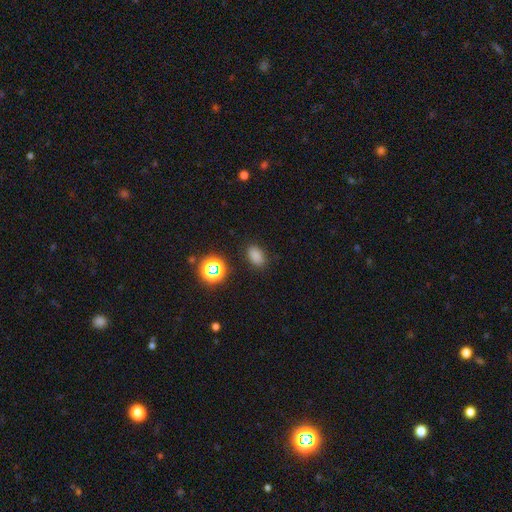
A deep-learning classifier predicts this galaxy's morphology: Q: Smooth or featured?
A: smooth (78%); runner-up: star or artifact (18%)
Q: How rounded?
A: in between (85%); runner-up: round (13%)
Q: Merging?
A: none (84%); runner-up: minor disturbance (11%)